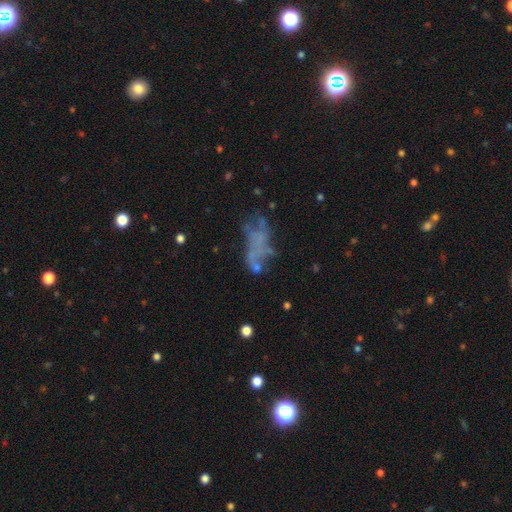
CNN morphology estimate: Smooth or featured? Predicted: featured or disk (p=0.52). Edge-on disk? Predicted: no (p=0.95). Merging? Predicted: none (p=0.36).